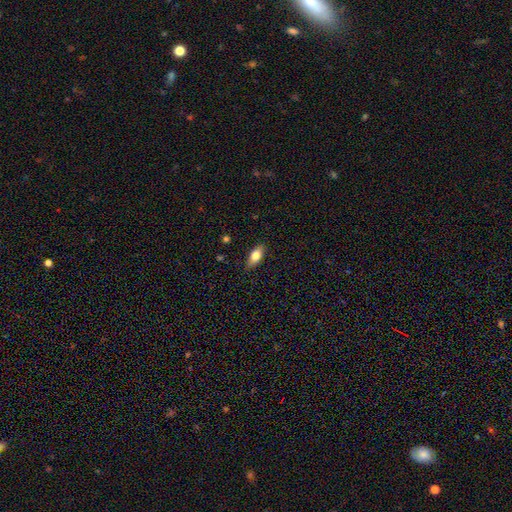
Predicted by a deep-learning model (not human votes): A smooth galaxy with no disk features (74%) that is in between round and cigar-shaped (85%). Merging: none (85%).